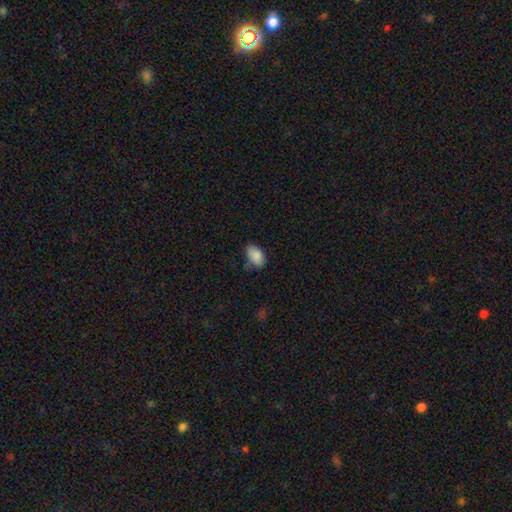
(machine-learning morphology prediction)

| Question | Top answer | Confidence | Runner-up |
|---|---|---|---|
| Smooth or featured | smooth | 87% | star or artifact (8%) |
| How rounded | in between | 90% | round (8%) |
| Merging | none | 66% | minor disturbance (26%) |